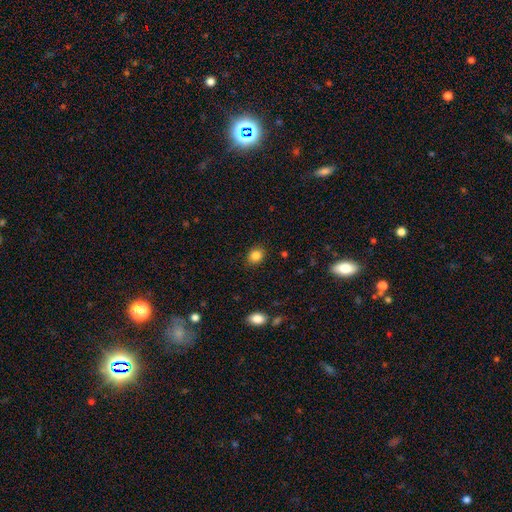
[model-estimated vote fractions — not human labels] smooth-or-featured: smooth: 85% | star or artifact: 10% | featured or disk: 5%
  how-rounded: round: 56% | in between: 43% | cigar-shaped: 1%
  merging: none: 87% | minor disturbance: 9% | major disturbance: 2% | merger: 1%